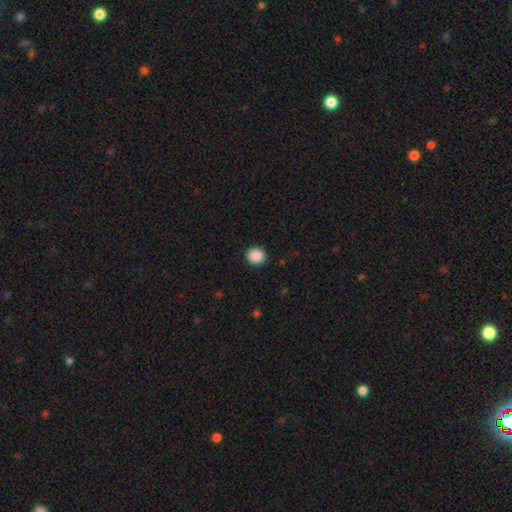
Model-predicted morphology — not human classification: Smooth or featured?
  - smooth: 89% *
  - star or artifact: 9%
  - featured or disk: 2%
How rounded?
  - round: 86% *
  - in between: 13%
  - cigar-shaped: 1%
Merging?
  - none: 92% *
  - minor disturbance: 5%
  - major disturbance: 2%
  - merger: 1%